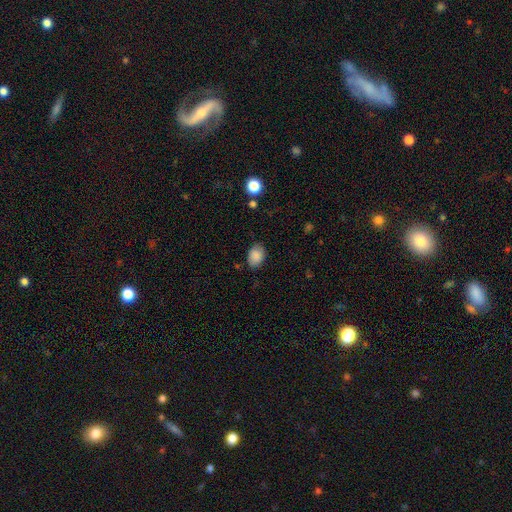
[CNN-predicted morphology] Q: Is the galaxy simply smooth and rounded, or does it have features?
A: smooth — 86%.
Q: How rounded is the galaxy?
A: in between — 72%.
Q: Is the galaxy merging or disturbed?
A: none — 76%.